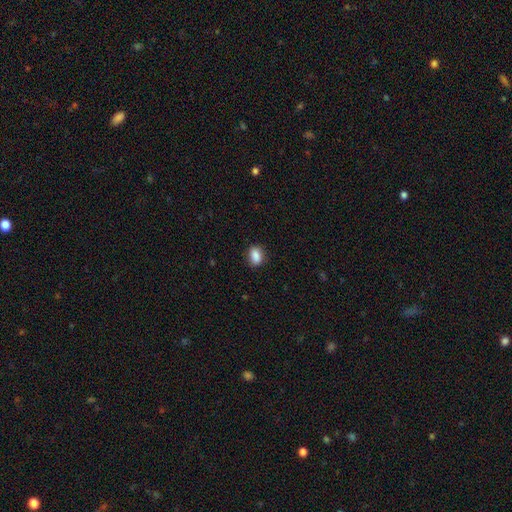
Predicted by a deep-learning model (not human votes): Smooth or featured? smooth (87%)
How rounded? in between (79%)
Merging? none (84%)